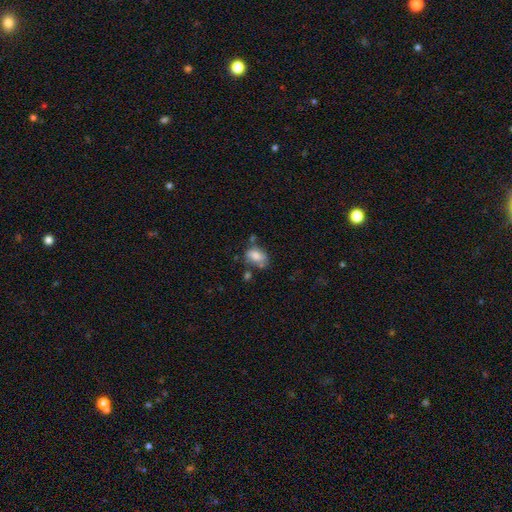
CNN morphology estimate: Smooth or featured: smooth — 74% (featured or disk — 18%)
How rounded: in between — 82% (round — 16%)
Merging: none — 46% (minor disturbance — 26%)